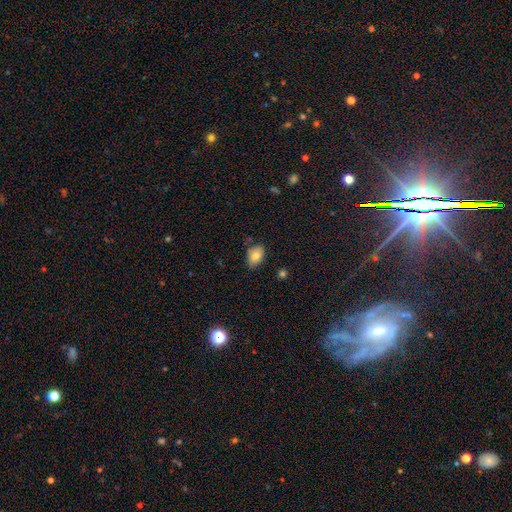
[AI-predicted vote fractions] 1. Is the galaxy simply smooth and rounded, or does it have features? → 80% smooth, 12% featured or disk, 8% star or artifact.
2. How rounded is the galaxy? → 85% in between, 14% round, 1% cigar-shaped.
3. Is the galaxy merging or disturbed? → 74% none, 20% minor disturbance, 3% major disturbance, 3% merger.